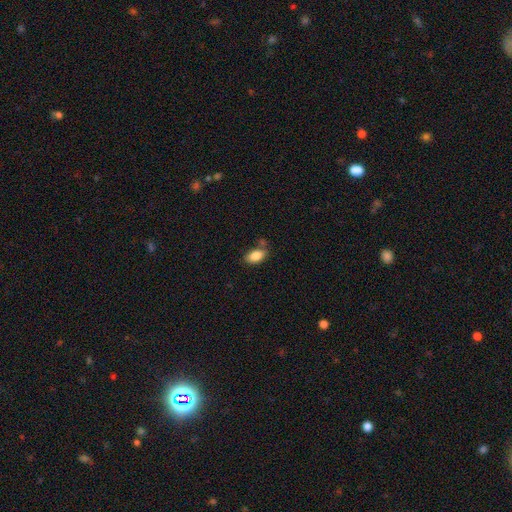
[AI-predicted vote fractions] Smooth or featured: smooth — 86% (star or artifact — 8%)
How rounded: in between — 91% (round — 6%)
Merging: none — 69% (minor disturbance — 17%)